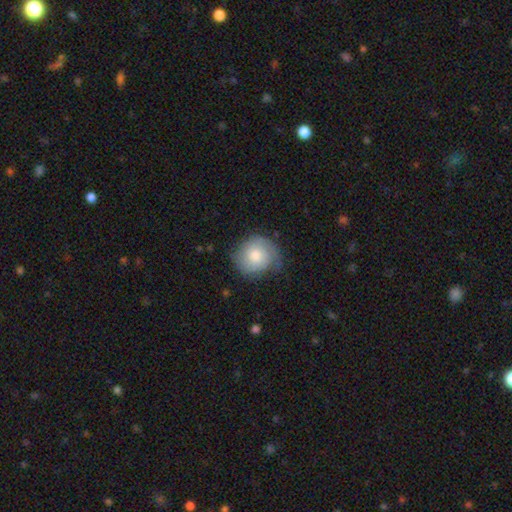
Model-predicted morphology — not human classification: This is possibly a smooth galaxy (50%). How rounded: clearly round (85%). Merging: likely none (66%).